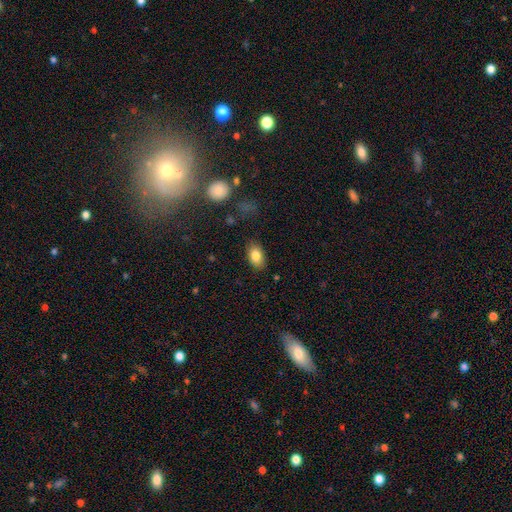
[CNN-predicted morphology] type=smooth (83%); roundness=in between (90%); merging=none (85%).